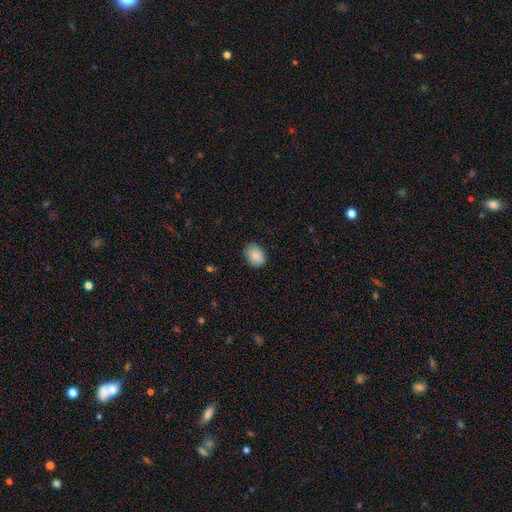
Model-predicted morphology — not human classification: smooth_or_featured: smooth (p=0.86) [alt: star or artifact p=0.07]
how_rounded: in between (p=0.74) [alt: round p=0.25]
merging: none (p=0.84) [alt: minor disturbance p=0.12]